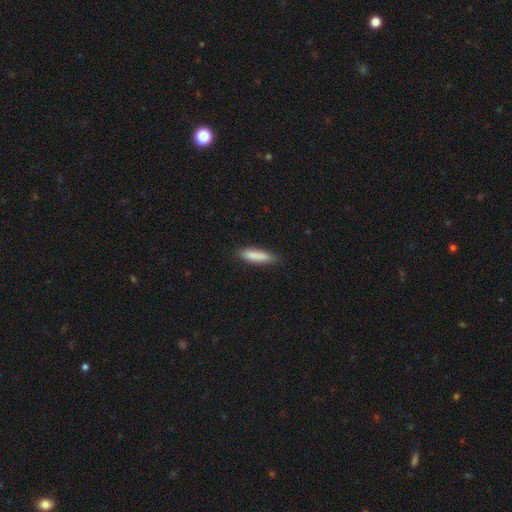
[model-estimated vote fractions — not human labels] Q: Smooth or featured?
A: smooth (86%); runner-up: featured or disk (8%)
Q: How rounded?
A: cigar-shaped (75%); runner-up: in between (23%)
Q: Merging?
A: none (86%); runner-up: minor disturbance (11%)